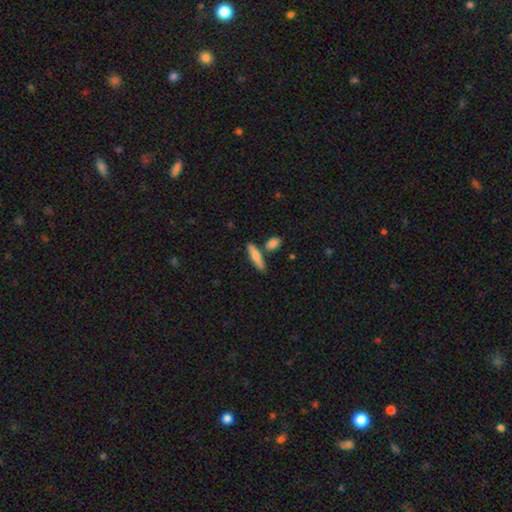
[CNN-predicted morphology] The model was most divided on "smooth or featured": smooth: 75%, featured or disk: 19%, star or artifact: 6%. More confident: how rounded — cigar-shaped (78%); merging — none (75%).